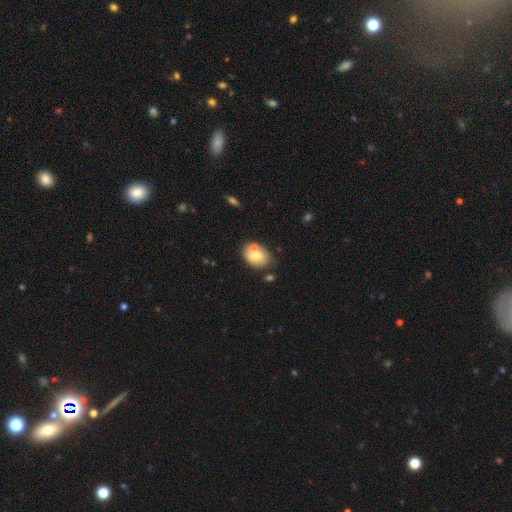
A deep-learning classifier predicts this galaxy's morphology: Overall: smooth (69%). How rounded: in between (65%; round 34%). Merging: none (57%; merger 23%).